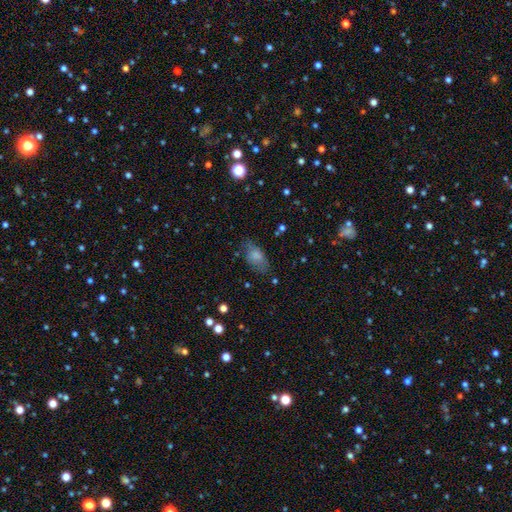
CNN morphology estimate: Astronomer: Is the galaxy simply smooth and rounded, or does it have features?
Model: smooth — 77%.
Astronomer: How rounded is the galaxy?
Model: in between — 90%.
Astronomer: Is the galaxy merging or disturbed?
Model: none — 67%.